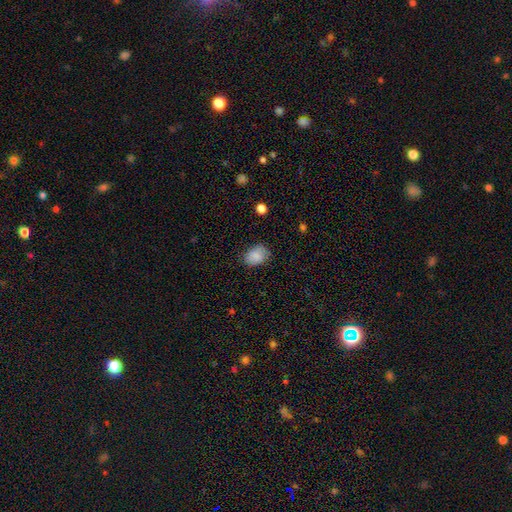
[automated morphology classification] A smooth galaxy with no disk features (85%) that is in between round and cigar-shaped (71%).

Vote fractions:
- Smooth or featured? smooth: 85% / star or artifact: 8% / featured or disk: 7%
- How rounded? in between: 71% / round: 28% / cigar-shaped: 1%
- Merging? none: 74% / minor disturbance: 20% / major disturbance: 5% / merger: 1%